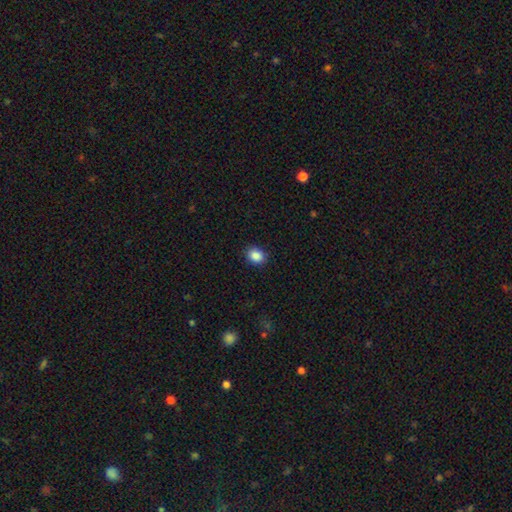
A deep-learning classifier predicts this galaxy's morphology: A smooth galaxy with no disk features (88%) that is round (52%). Merging: none (89%).